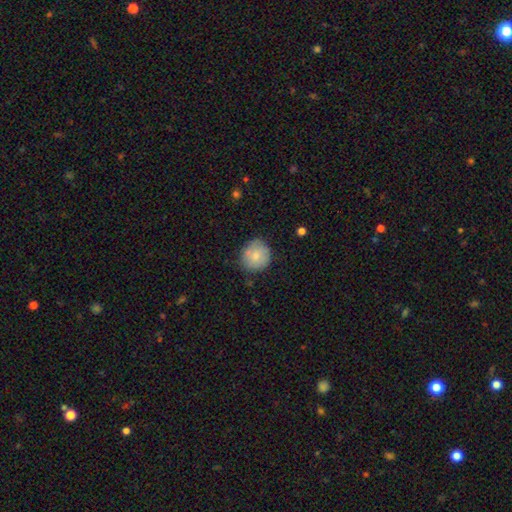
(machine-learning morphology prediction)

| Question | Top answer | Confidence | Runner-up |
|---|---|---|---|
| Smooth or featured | smooth | 78% | featured or disk (15%) |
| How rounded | round | 89% | in between (10%) |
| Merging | none | 76% | minor disturbance (18%) |